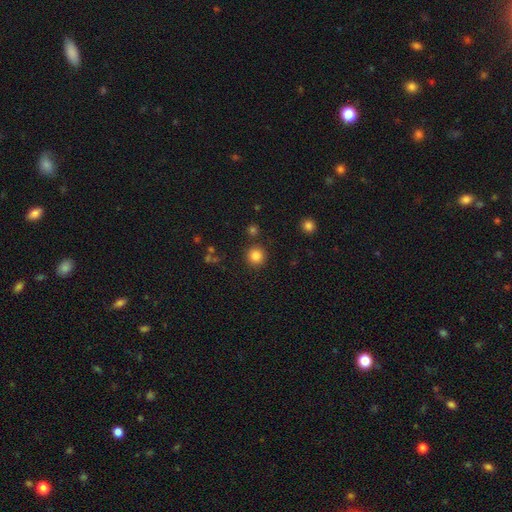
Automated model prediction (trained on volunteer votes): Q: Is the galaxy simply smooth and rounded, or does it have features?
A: smooth — 84%.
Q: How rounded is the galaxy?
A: round — 94%.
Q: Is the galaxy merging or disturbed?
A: none — 88%.